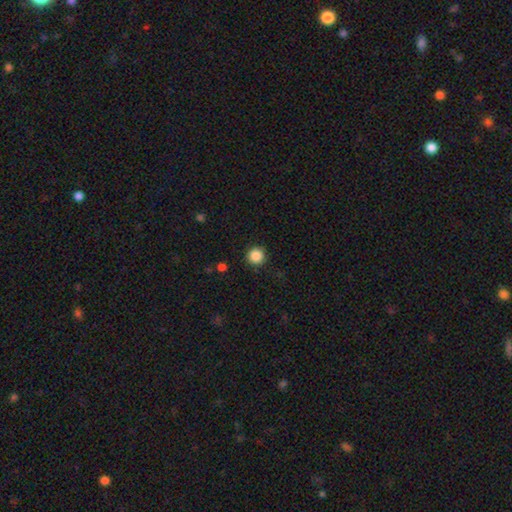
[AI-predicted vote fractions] Smooth or featured? Predicted: smooth (p=0.86). How rounded? Predicted: round (p=0.95). Merging? Predicted: none (p=0.91).